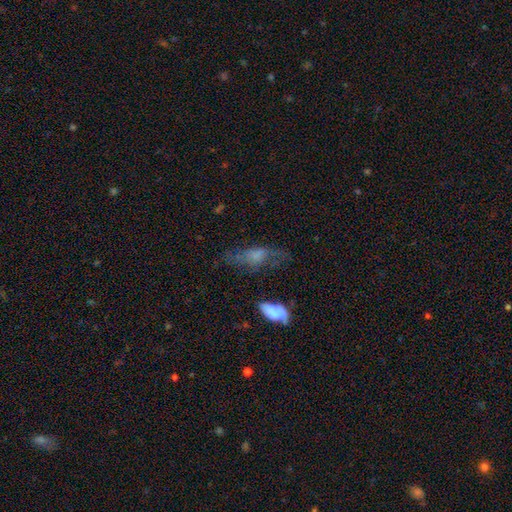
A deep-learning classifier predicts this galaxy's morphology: Smooth or featured? smooth (51%)
How rounded? in between (61%)
Merging? none (46%)